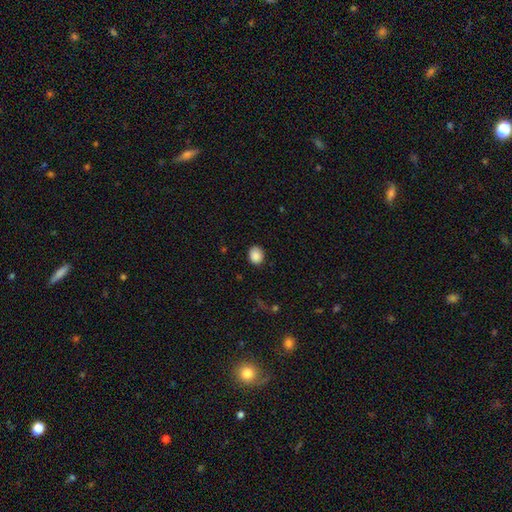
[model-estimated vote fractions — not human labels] Smooth or featured? smooth (88%)
How rounded? round (64%)
Merging? none (88%)